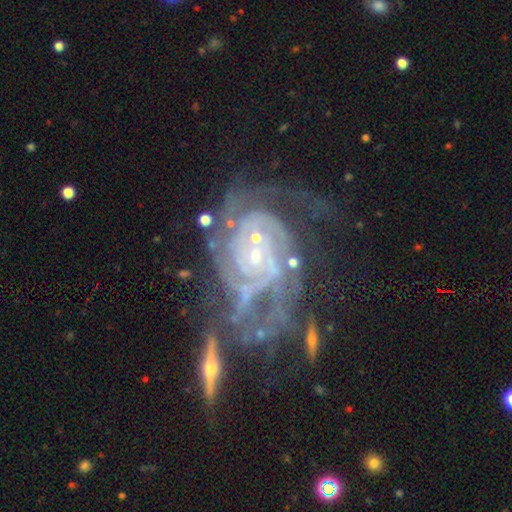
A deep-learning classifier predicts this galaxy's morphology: The model was most divided on "spiral arm count": 2: 26%, can't tell: 23%, 3: 22%, 4: 14%, more than 4: 9%, 1: 7%. Remaining: spiral arms — yes (97%); edge-on disk — no (97%); smooth or featured — featured or disk (89%); bulge size — small (78%); spiral winding — tight (70%); bar — no (68%); merging — none (31%).